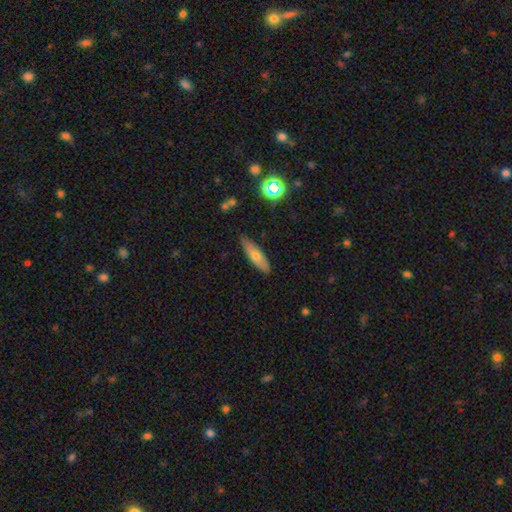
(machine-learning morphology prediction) A smooth galaxy with no disk features (60%) that is cigar-shaped (60%).

Vote fractions:
- Smooth or featured? smooth: 60% / featured or disk: 32% / star or artifact: 8%
- How rounded? cigar-shaped: 60% / in between: 38% / round: 3%
- Merging? none: 84% / minor disturbance: 13% / major disturbance: 2% / merger: 1%